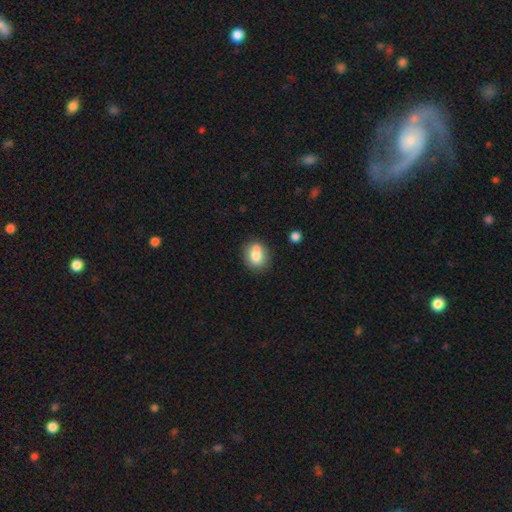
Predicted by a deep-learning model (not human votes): smooth 75%, featured or disk 16%, star or artifact 9%. Down the decision tree: how rounded — round (55%); merging — none (55%).